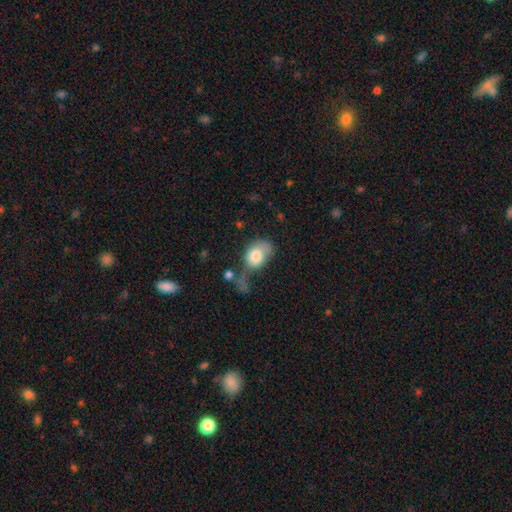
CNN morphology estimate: This is likely a smooth galaxy (77%). How rounded: likely in between (70%). Merging: marginally major disturbance (36%).